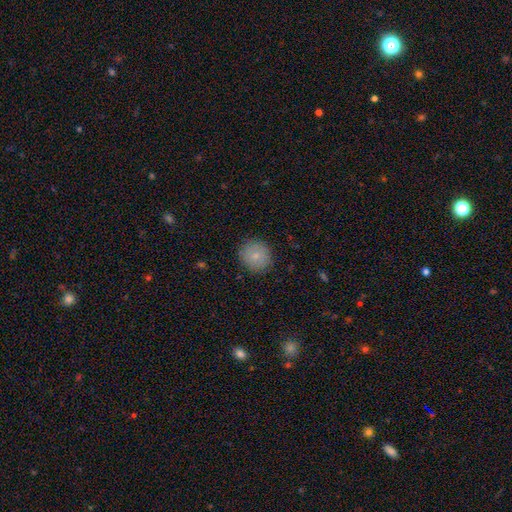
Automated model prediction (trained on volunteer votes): Smooth or featured?
  - smooth: 82% *
  - featured or disk: 10%
  - star or artifact: 8%
How rounded?
  - round: 86% *
  - in between: 13%
  - cigar-shaped: 1%
Merging?
  - none: 87% *
  - minor disturbance: 10%
  - major disturbance: 3%
  - merger: 1%